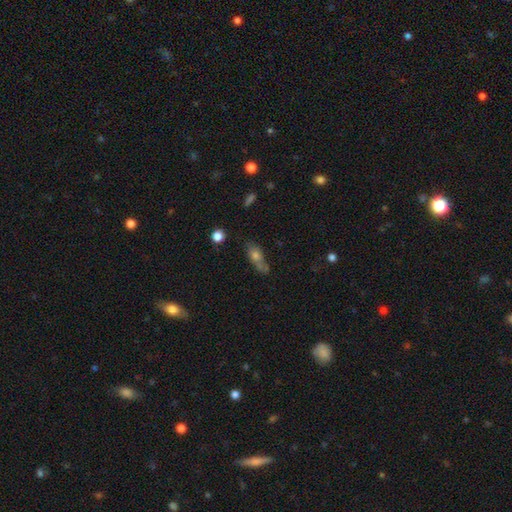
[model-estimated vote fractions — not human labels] The model was most divided on "merging": none: 49%, minor disturbance: 27%, major disturbance: 13%, merger: 11%. More confident: how rounded — in between (59%); smooth or featured — smooth (58%).